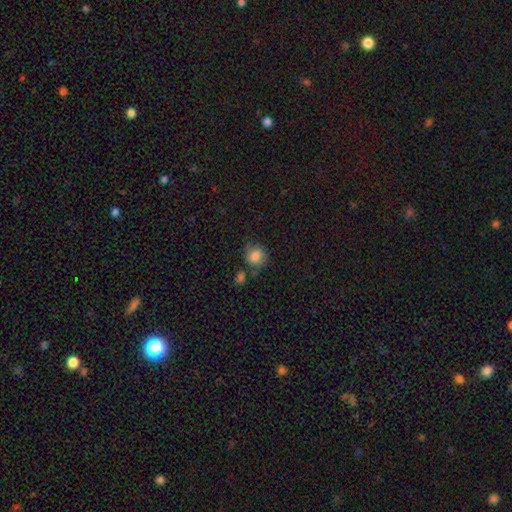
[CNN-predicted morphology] Smooth or featured?
  - smooth: 80% *
  - featured or disk: 11%
  - star or artifact: 9%
How rounded?
  - round: 73% *
  - in between: 25%
  - cigar-shaped: 1%
Merging?
  - none: 65% *
  - minor disturbance: 20%
  - merger: 9%
  - major disturbance: 6%